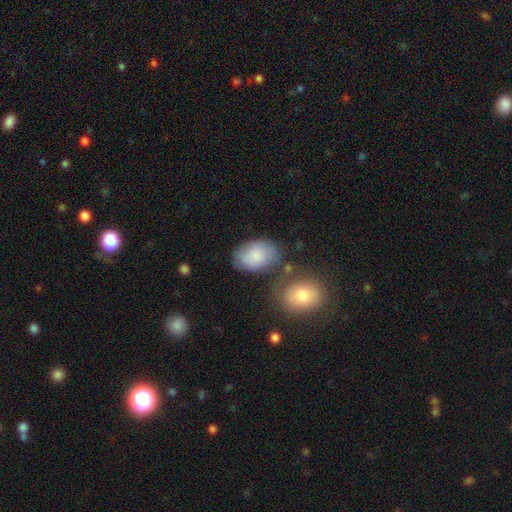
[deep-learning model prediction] This appears to be a smooth galaxy with no disk features (77%) that is in between round and cigar-shaped (82%). Merging: none (59%).